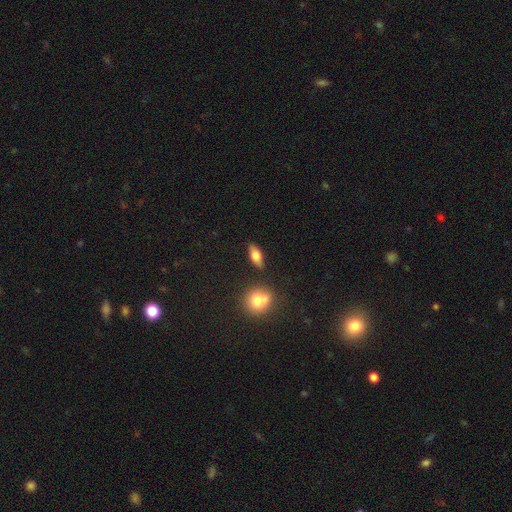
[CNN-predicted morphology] smooth-or-featured: smooth: 70% | featured or disk: 22% | star or artifact: 8%
  how-rounded: in between: 75% | cigar-shaped: 20% | round: 5%
  merging: none: 82% | minor disturbance: 11% | merger: 4% | major disturbance: 3%